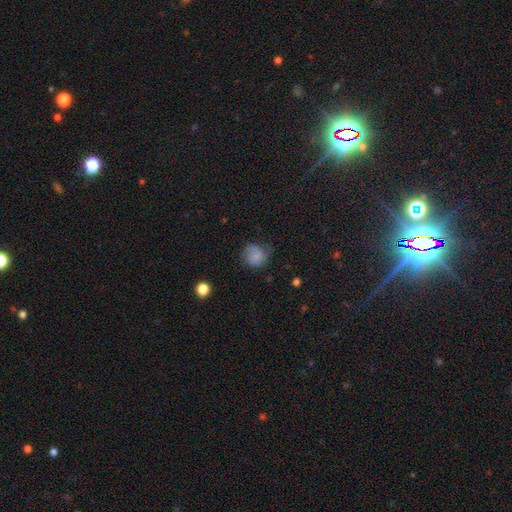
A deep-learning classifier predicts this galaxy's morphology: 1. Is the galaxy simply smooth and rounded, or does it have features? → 60% smooth, 30% featured or disk, 10% star or artifact.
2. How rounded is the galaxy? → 79% round, 21% in between, 1% cigar-shaped.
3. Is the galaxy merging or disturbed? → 60% none, 26% minor disturbance, 13% major disturbance, 2% merger.